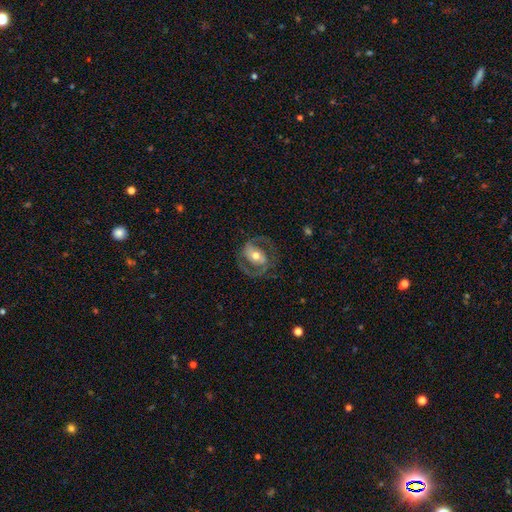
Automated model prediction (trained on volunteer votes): Smooth or featured? featured or disk (80%)
Edge-on disk? no (96%)
Bar? no (37%)
Spiral arms? yes (83%)
Spiral winding? medium (54%)
Spiral arm count? 2 (88%)
Bulge size? moderate (69%)
Merging? none (73%)